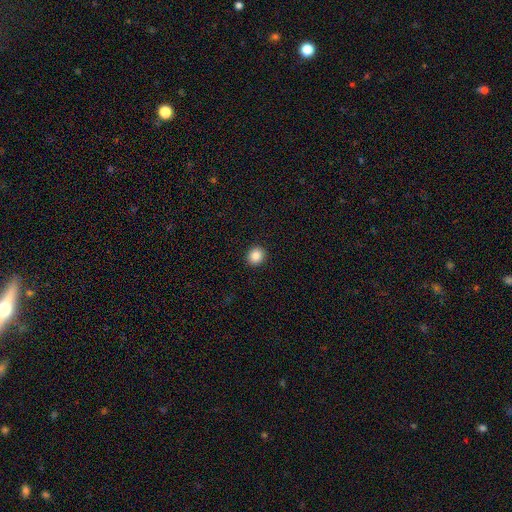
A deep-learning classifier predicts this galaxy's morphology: A smooth galaxy with no disk features (86%) that is round (86%). Merging: none (93%).